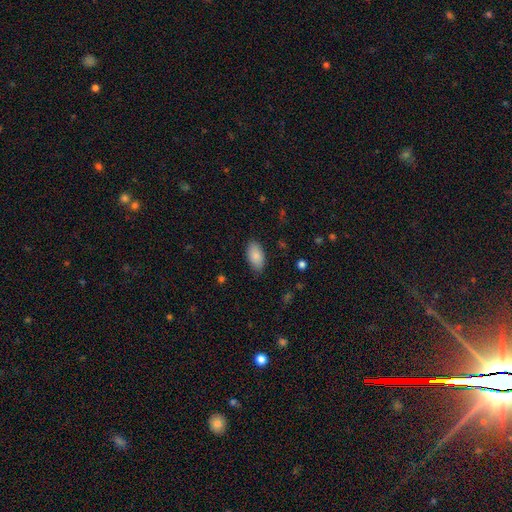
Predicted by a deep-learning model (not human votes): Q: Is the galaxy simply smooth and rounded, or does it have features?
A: smooth — 86%.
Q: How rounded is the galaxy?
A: in between — 94%.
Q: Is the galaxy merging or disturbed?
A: none — 83%.